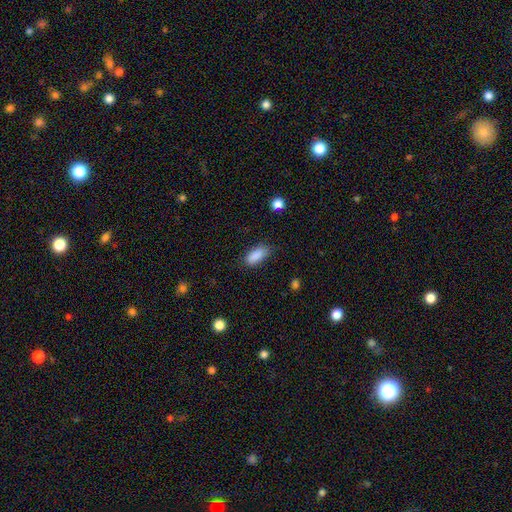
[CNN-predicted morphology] Smooth or featured: smooth — 88% (star or artifact — 7%)
How rounded: in between — 83% (cigar-shaped — 14%)
Merging: none — 77% (minor disturbance — 18%)